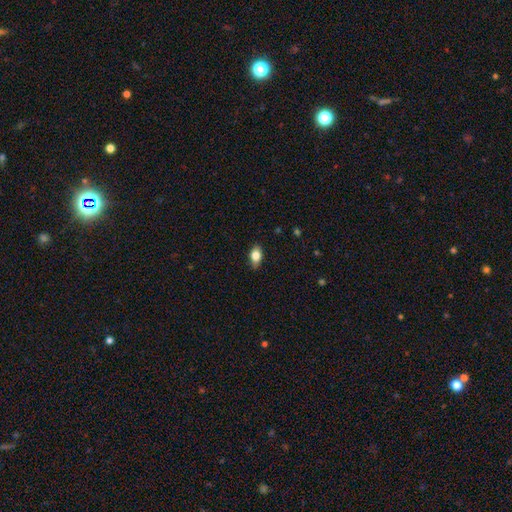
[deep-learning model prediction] Morphology: type=smooth (79%); roundness=in between (84%); merging=none (83%).